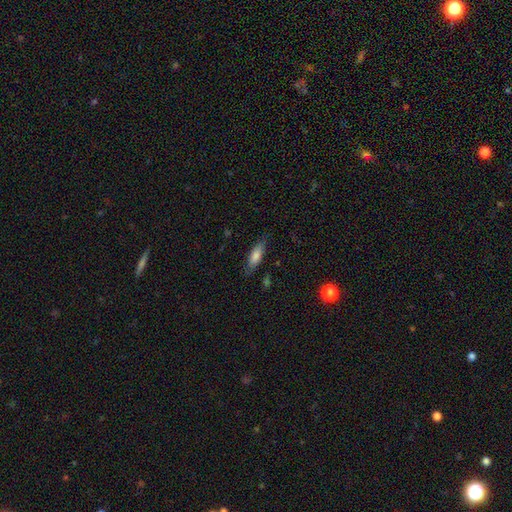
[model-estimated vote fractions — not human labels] Smooth or featured? smooth (74%)
How rounded? in between (54%)
Merging? none (76%)